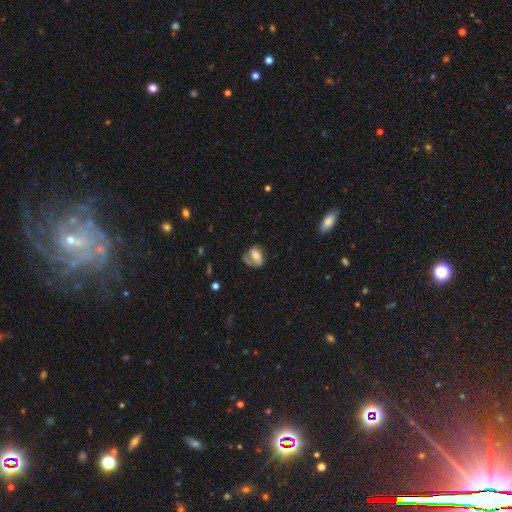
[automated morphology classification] Overall: smooth (49%; featured or disk 43%). Merging: none (43%; minor disturbance 30%).